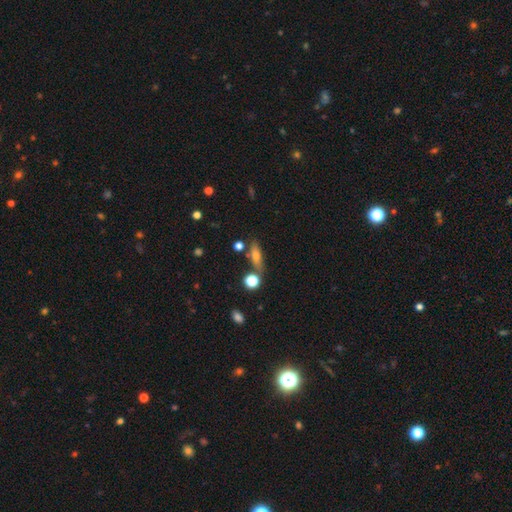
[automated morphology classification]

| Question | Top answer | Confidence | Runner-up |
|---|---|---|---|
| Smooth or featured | smooth | 56% | featured or disk (28%) |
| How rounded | cigar-shaped | 47% | in between (43%) |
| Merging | none | 71% | minor disturbance (14%) |